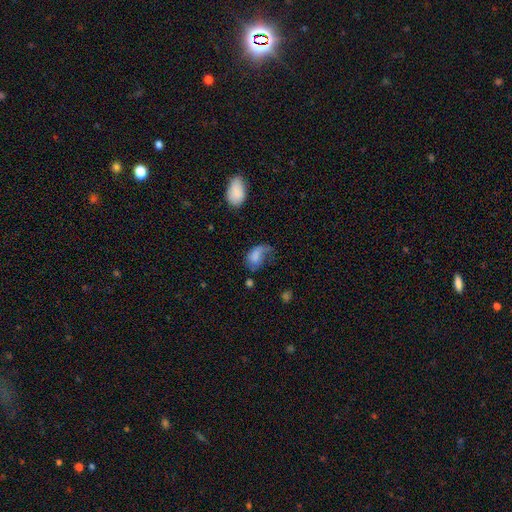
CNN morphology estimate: Overall: smooth (67%). How rounded: in between (85%). Merging: major disturbance (38%; minor disturbance 29%).